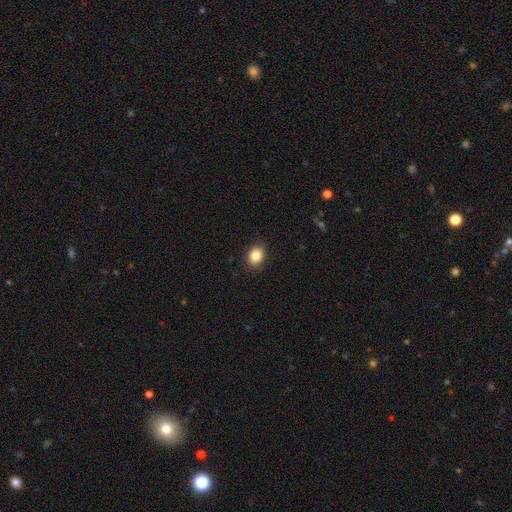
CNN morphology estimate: This is clearly a smooth galaxy (85%). How rounded: possibly in between (50%). Merging: clearly none (88%).